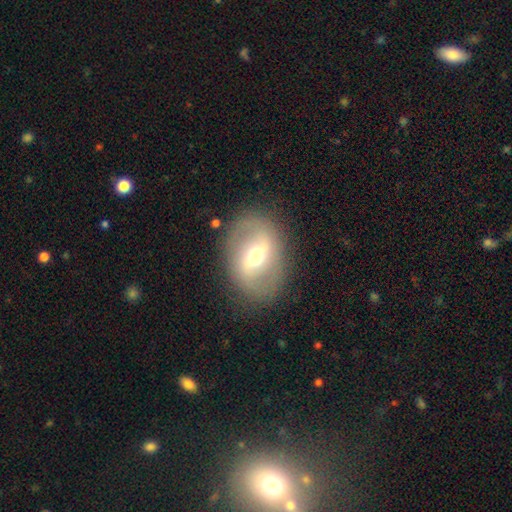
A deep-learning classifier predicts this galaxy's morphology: Smooth or featured: featured or disk — 67% (smooth — 25%)
Edge-on disk: no — 92% (yes — 8%)
Bar: strong — 47% (weak — 40%)
Spiral arms: yes — 52% (no — 48%)
Bulge size: moderate — 66% (small — 23%)
Merging: none — 82% (minor disturbance — 11%)